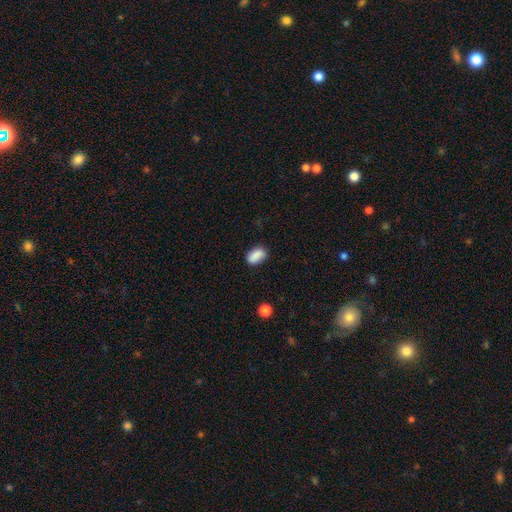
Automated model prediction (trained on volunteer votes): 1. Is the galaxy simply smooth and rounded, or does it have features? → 87% smooth, 8% star or artifact, 5% featured or disk.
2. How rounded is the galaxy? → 89% in between, 8% round, 3% cigar-shaped.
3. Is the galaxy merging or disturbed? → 78% none, 17% minor disturbance, 3% major disturbance, 2% merger.